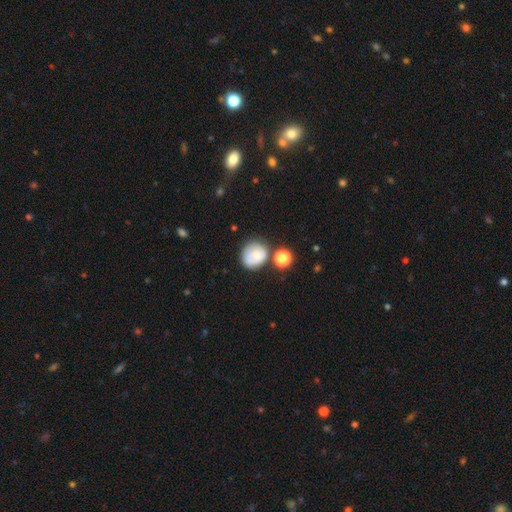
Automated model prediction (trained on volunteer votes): smooth_or_featured: smooth (p=0.63) [alt: featured or disk p=0.27]
how_rounded: round (p=0.76) [alt: in between p=0.23]
merging: none (p=0.57) [alt: minor disturbance p=0.21]